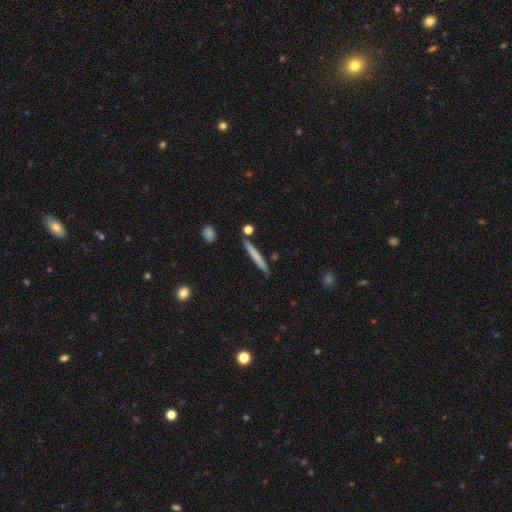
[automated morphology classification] Q: Smooth or featured?
A: smooth (65%); runner-up: featured or disk (29%)
Q: How rounded?
A: cigar-shaped (96%); runner-up: in between (3%)
Q: Merging?
A: none (86%); runner-up: minor disturbance (8%)